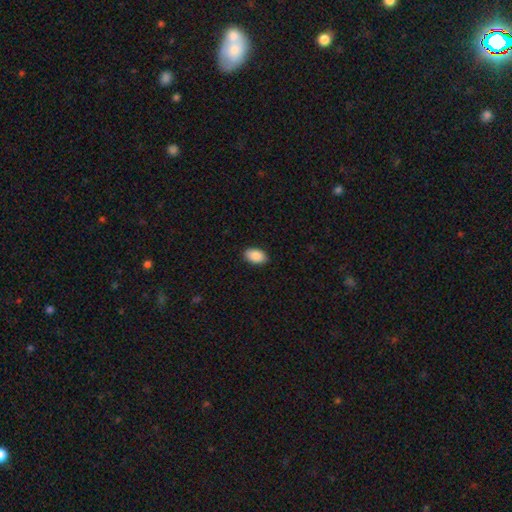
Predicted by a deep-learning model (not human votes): smooth-or-featured: smooth: 90% | star or artifact: 7% | featured or disk: 4%
  how-rounded: in between: 92% | round: 7% | cigar-shaped: 1%
  merging: none: 90% | minor disturbance: 7% | major disturbance: 2% | merger: 1%